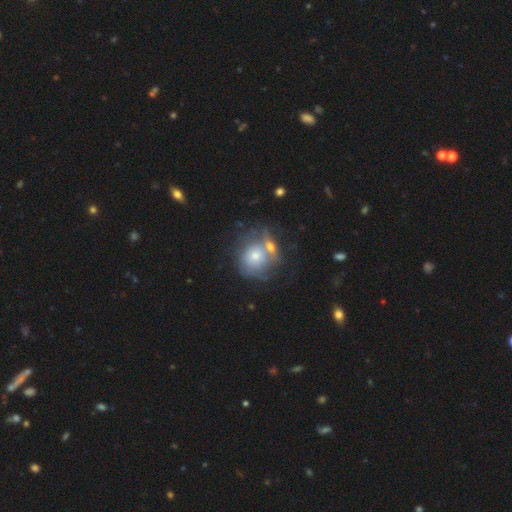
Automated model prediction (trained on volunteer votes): Smooth or featured? smooth (57%)
How rounded? round (82%)
Merging? merger (39%)